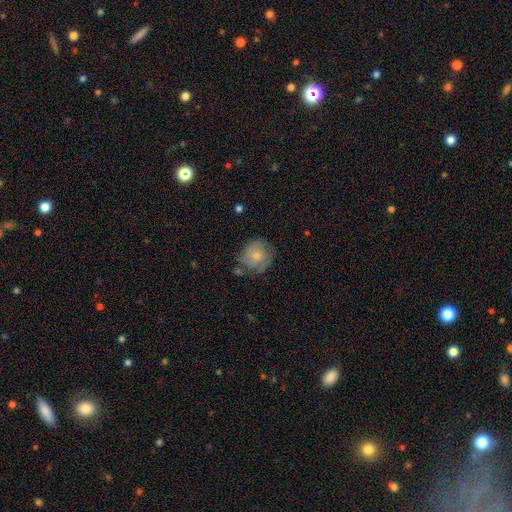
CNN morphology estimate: type=smooth (57%); roundness=round (85%); merging=none (63%).